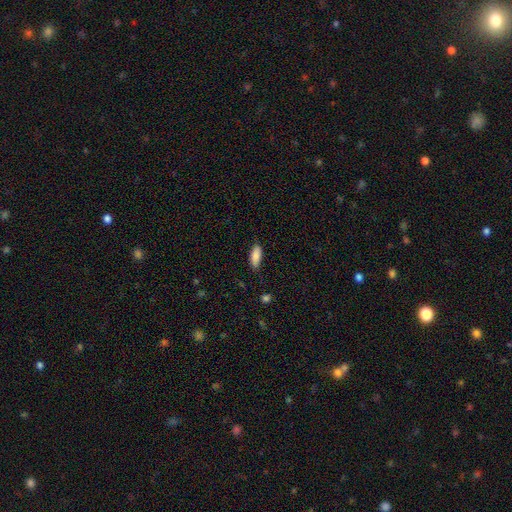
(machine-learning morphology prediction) The model was most divided on "how rounded": in between: 77%, cigar-shaped: 22%, round: 2%. More confident: smooth or featured — smooth (86%); merging — none (81%).